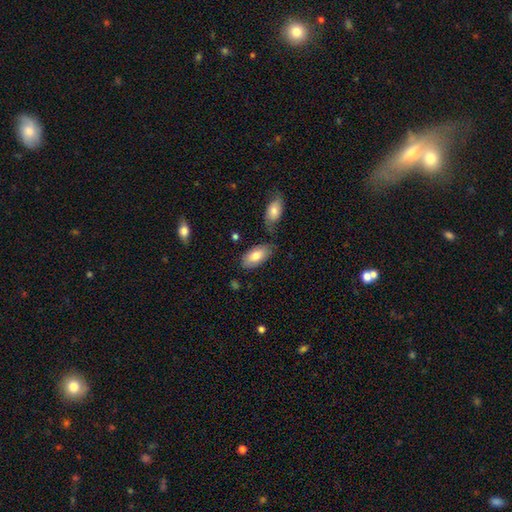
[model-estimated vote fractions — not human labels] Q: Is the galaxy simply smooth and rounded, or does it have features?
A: smooth — 80%.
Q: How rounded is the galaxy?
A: in between — 93%.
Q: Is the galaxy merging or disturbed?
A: none — 69%.